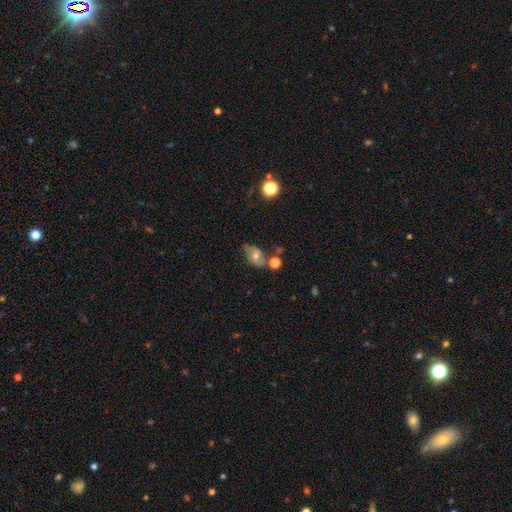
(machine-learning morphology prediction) Smooth or featured? Predicted: featured or disk (p=0.50). Merging? Predicted: none (p=0.54).